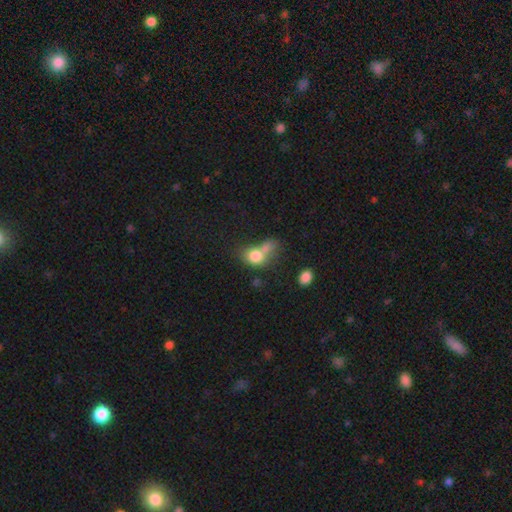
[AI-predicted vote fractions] A smooth galaxy with no disk features (76%) that is in between round and cigar-shaped (49%, tied with round).

Vote fractions:
- Smooth or featured? smooth: 76% / featured or disk: 14% / star or artifact: 10%
- How rounded? in between: 49% (tied) / round: 49% (tied) / cigar-shaped: 2%
- Merging? merger: 57% / none: 23% / minor disturbance: 10% / major disturbance: 10%